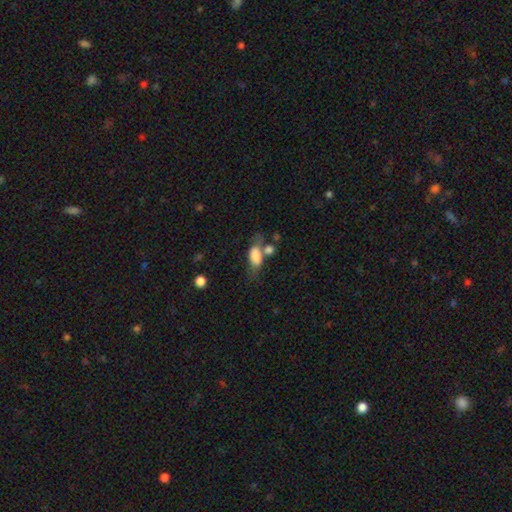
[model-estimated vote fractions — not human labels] The model was most divided on "merging": none: 41%, merger: 26%, minor disturbance: 20%, major disturbance: 14%. More confident: how rounded — in between (84%); smooth or featured — smooth (74%).